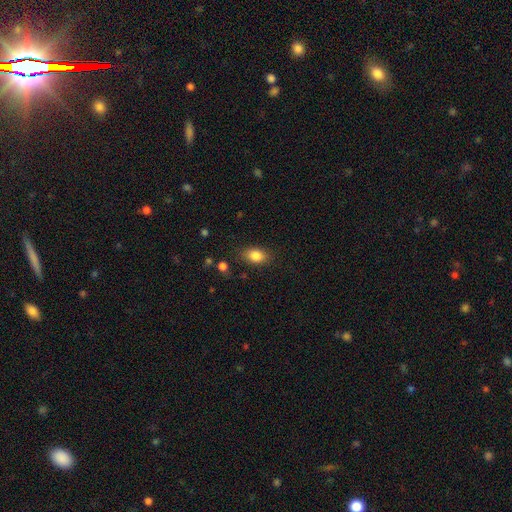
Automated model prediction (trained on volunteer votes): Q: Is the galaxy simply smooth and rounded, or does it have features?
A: smooth — 84%.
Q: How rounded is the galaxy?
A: in between — 81%.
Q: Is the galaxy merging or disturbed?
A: none — 82%.